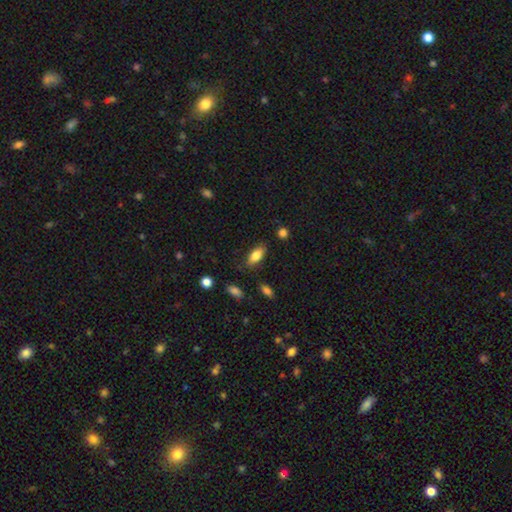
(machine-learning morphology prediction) Overall: smooth (80%). How rounded: in between (84%). Merging: none (80%).